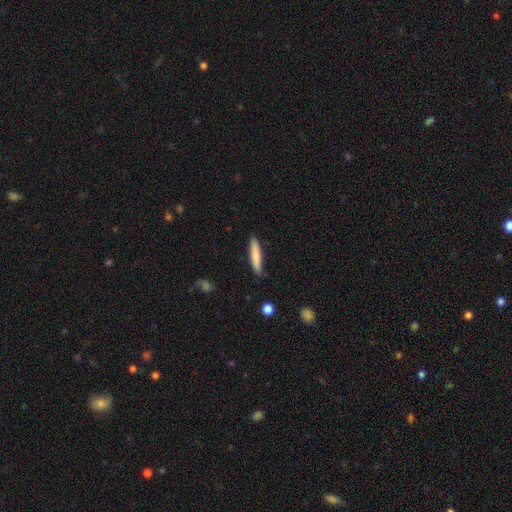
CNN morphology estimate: Smooth or featured? smooth (80%)
How rounded? cigar-shaped (88%)
Merging? none (85%)